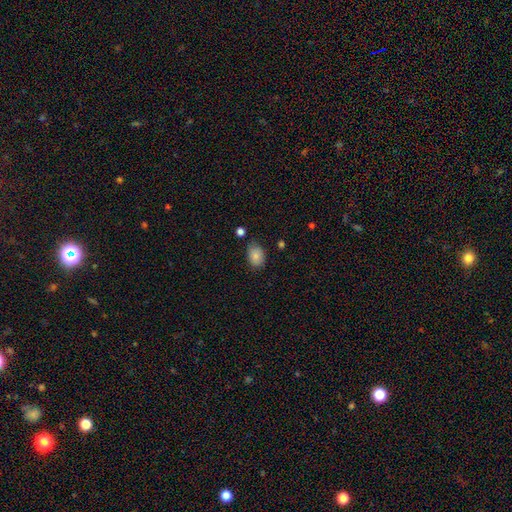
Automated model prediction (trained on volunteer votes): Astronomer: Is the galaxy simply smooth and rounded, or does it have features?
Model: smooth — 84%.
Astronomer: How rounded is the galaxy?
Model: in between — 76%.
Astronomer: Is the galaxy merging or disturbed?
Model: none — 72%.